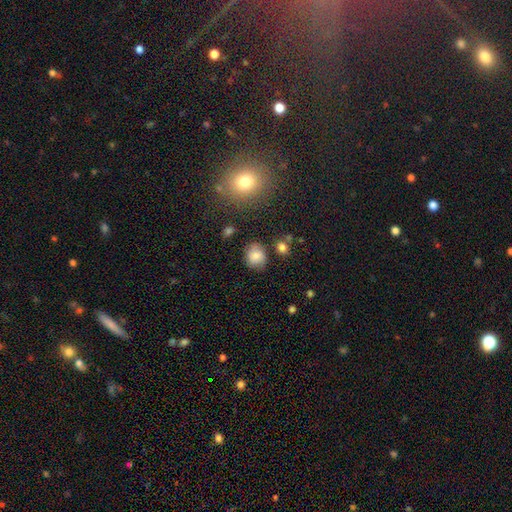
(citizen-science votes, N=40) Smooth or featured?
  - smooth: 82% *
  - featured or disk: 15%
  - star or artifact: 2%
How rounded?
  - round: 76% *
  - in between: 24%
  - cigar-shaped: 0%
Merging?
  - none: 69% *
  - minor disturbance: 21%
  - major disturbance: 8%
  - merger: 3%